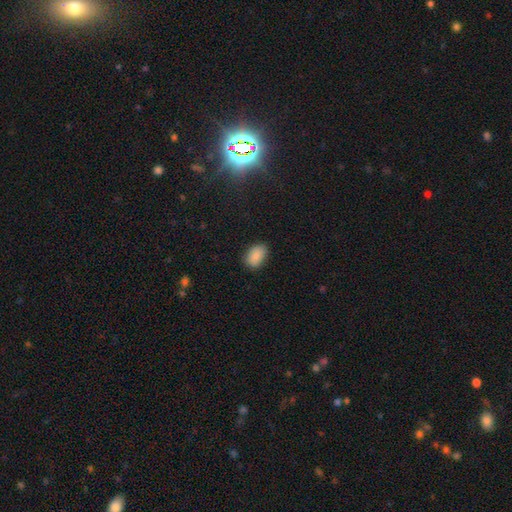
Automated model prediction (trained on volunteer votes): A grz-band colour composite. It shows a smooth galaxy with no disk features (87%) that is in between round and cigar-shaped (88%). Merging: none (80%).